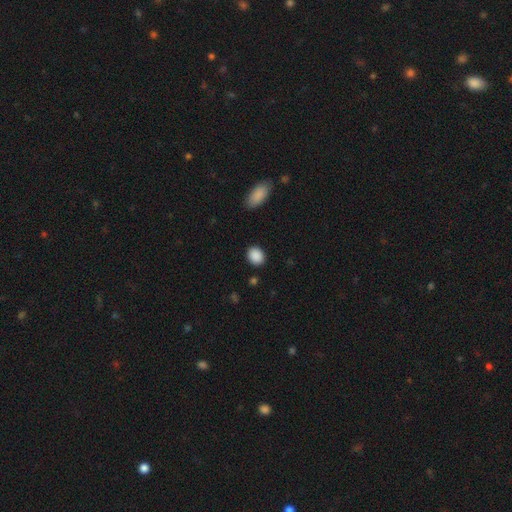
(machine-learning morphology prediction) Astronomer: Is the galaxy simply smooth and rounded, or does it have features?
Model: smooth — 89%.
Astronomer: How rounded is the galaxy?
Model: in between — 50% (runner-up: round, 49%).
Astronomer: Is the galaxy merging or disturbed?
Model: none — 88%.